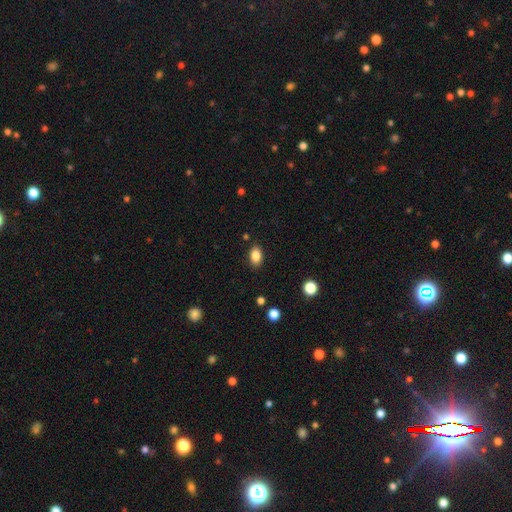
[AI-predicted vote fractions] This is clearly a smooth galaxy (86%). How rounded: clearly in between (86%). Merging: clearly none (87%).